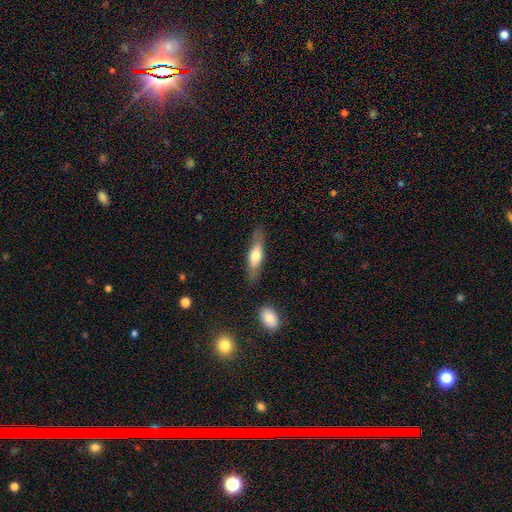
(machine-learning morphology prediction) Overall: smooth (55%; featured or disk 39%). How rounded: cigar-shaped (62%; in between 35%). Merging: none (79%).